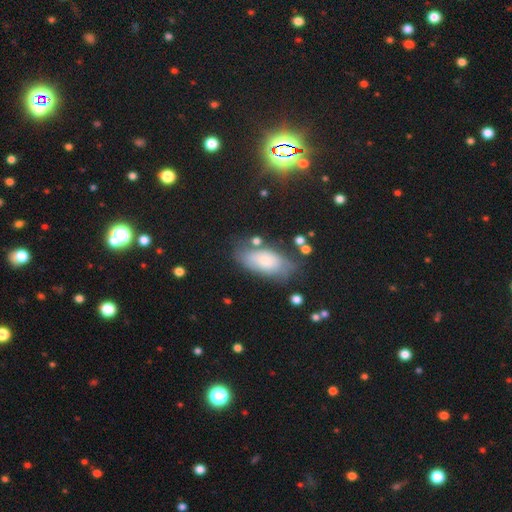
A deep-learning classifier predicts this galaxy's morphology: Q: Smooth or featured?
A: smooth (65%); runner-up: featured or disk (17%)
Q: How rounded?
A: in between (89%); runner-up: cigar-shaped (7%)
Q: Merging?
A: none (75%); runner-up: minor disturbance (17%)